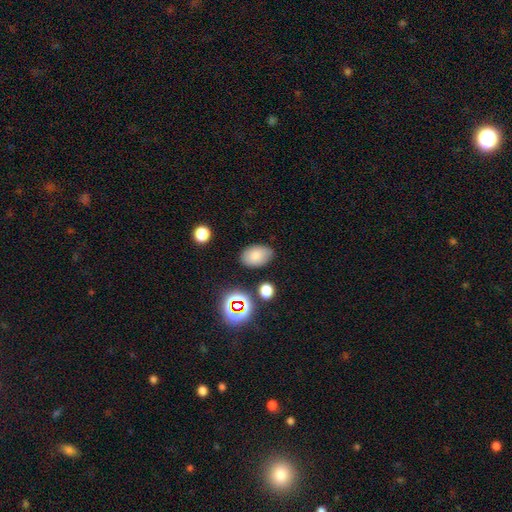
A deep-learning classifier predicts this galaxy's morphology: Smooth or featured?
  - smooth: 78% *
  - star or artifact: 11%
  - featured or disk: 10%
How rounded?
  - in between: 88% *
  - round: 11%
  - cigar-shaped: 1%
Merging?
  - none: 80% *
  - minor disturbance: 14%
  - major disturbance: 3%
  - merger: 3%